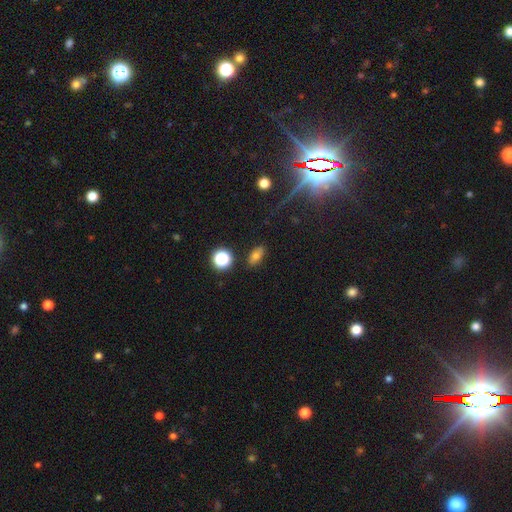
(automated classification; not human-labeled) smooth 70%, star or artifact 17%, featured or disk 13%. Down the decision tree: how rounded — in between (83%); merging — none (84%).